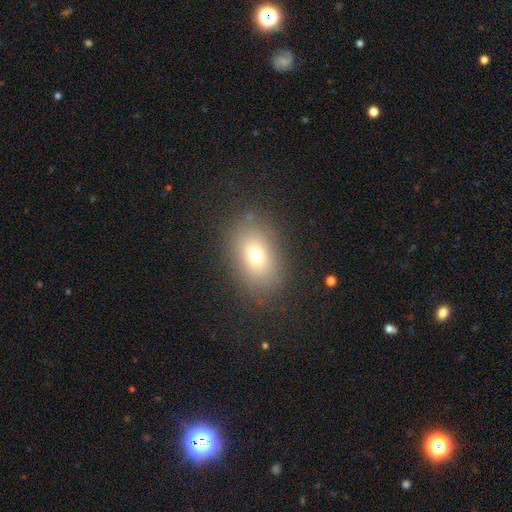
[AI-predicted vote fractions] smooth-or-featured: smooth: 71% | star or artifact: 14% | featured or disk: 14%
  how-rounded: in between: 75% | round: 24% | cigar-shaped: 1%
  merging: none: 83% | minor disturbance: 11% | major disturbance: 5% | merger: 1%